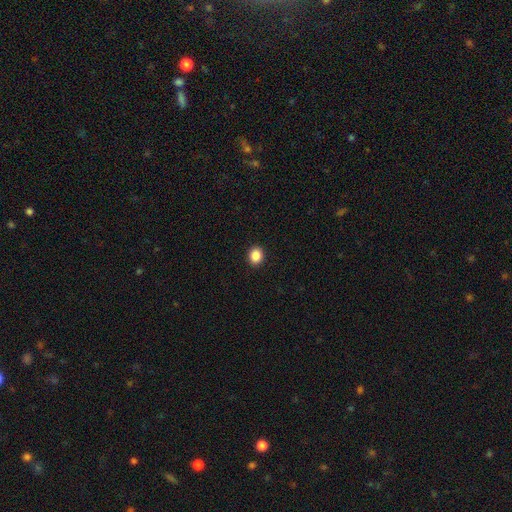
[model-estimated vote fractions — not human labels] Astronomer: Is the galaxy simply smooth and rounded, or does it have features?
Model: smooth — 87%.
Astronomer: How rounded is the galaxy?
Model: round — 69%.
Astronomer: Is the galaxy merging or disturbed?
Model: none — 92%.